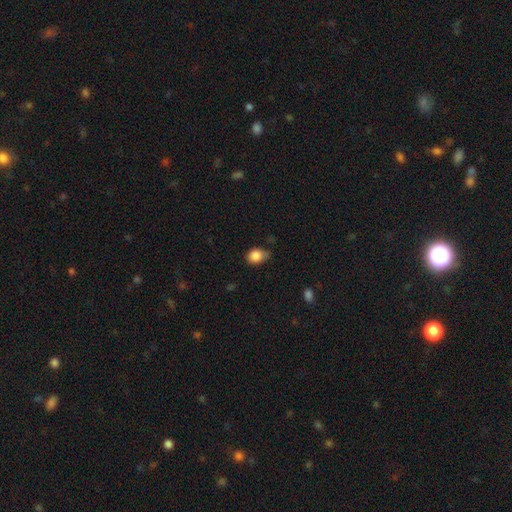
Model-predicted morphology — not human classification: smooth_or_featured: smooth (p=0.86) [alt: star or artifact p=0.09]
how_rounded: in between (p=0.52) [alt: round p=0.47]
merging: none (p=0.57) [alt: minor disturbance p=0.35]